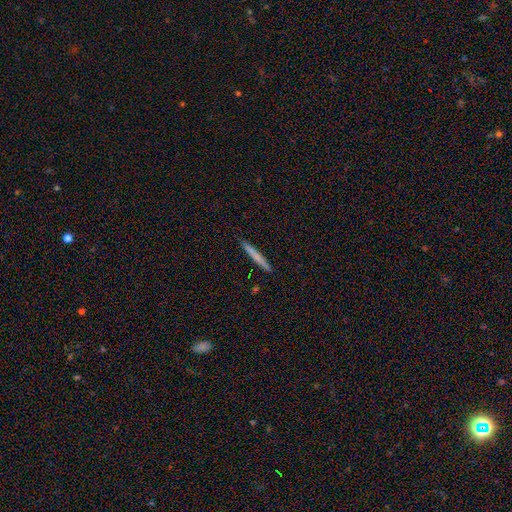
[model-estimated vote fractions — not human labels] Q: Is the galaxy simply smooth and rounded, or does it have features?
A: smooth — 66%.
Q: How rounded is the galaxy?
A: cigar-shaped — 97%.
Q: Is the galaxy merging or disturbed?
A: none — 92%.